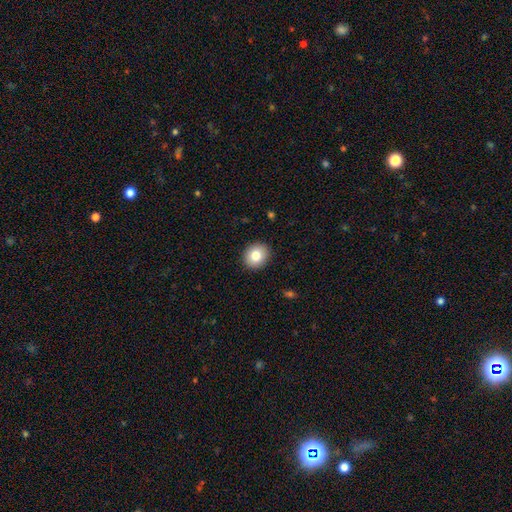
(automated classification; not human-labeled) Q: Smooth or featured?
A: smooth (81%); runner-up: featured or disk (10%)
Q: How rounded?
A: round (73%); runner-up: in between (26%)
Q: Merging?
A: none (91%); runner-up: minor disturbance (6%)